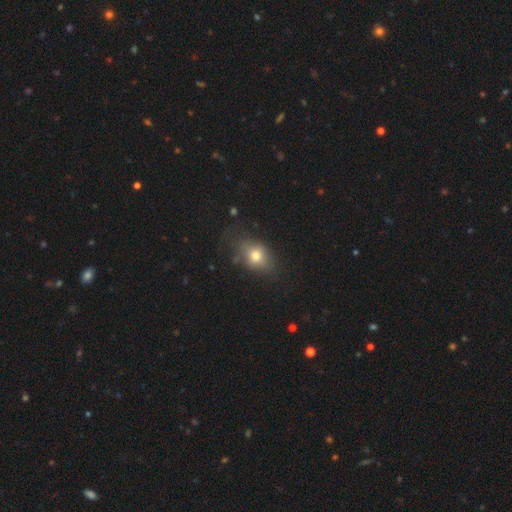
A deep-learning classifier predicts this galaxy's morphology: Smooth or featured? Predicted: smooth (p=0.74). How rounded? Predicted: in between (p=0.67). Merging? Predicted: none (p=0.64).